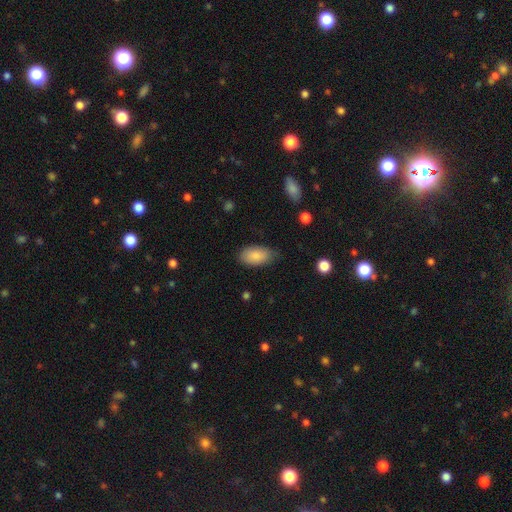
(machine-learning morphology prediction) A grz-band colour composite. It shows a smooth galaxy with no disk features (86%) that is in between round and cigar-shaped (94%). Merging: none (74%).